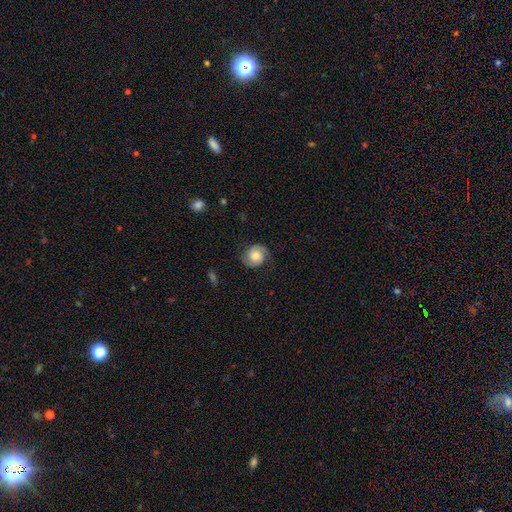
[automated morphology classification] featured or disk 51%, smooth 40%, star or artifact 8%. Down the decision tree: edge-on disk — no (97%); bar — no (73%); spiral arms — yes (90%); bulge size — moderate (56%); merging — none (78%).